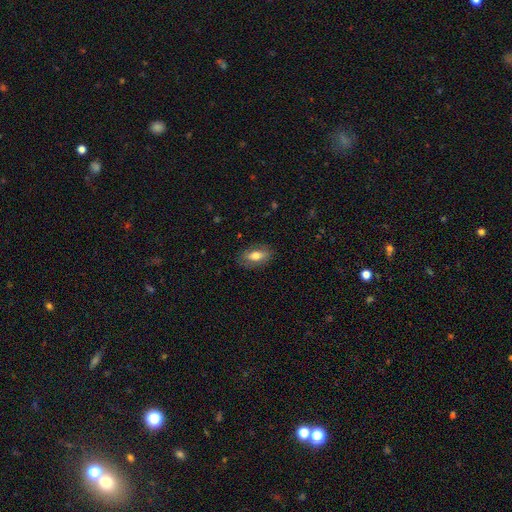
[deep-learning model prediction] A smooth galaxy with no disk features (66%) that is in between round and cigar-shaped (85%).

Vote fractions:
- Smooth or featured? smooth: 66% / featured or disk: 26% / star or artifact: 7%
- How rounded? in between: 85% / cigar-shaped: 9% / round: 6%
- Merging? none: 82% / minor disturbance: 14% / major disturbance: 4% / merger: 1%